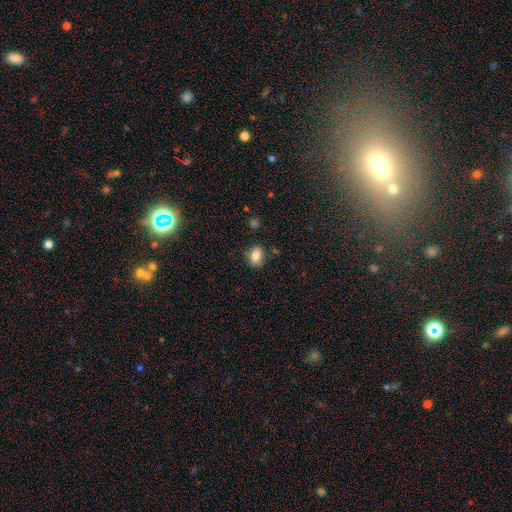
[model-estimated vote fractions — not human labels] This appears to be a smooth galaxy with no disk features (83%) that is in between round and cigar-shaped (67%). Merging: none (79%).